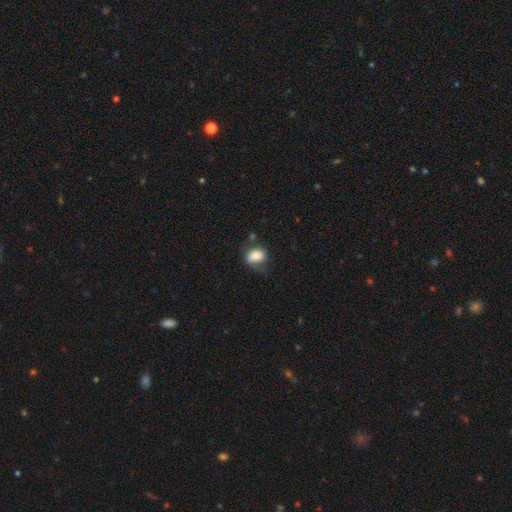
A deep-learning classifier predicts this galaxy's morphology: This is likely a smooth galaxy (69%). How rounded: likely in between (64%). Merging: marginally none (38%).